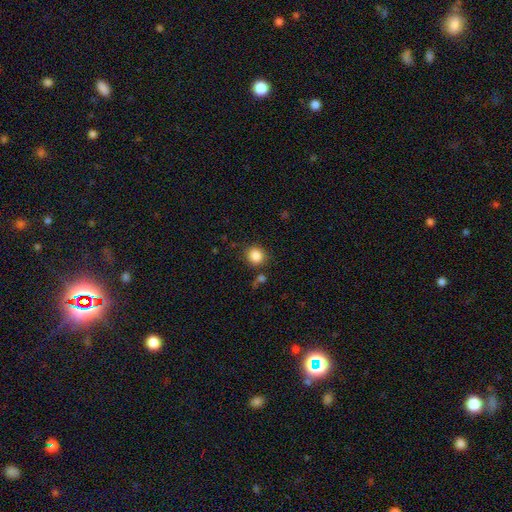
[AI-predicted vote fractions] smooth_or_featured: smooth (p=0.86) [alt: star or artifact p=0.10]
how_rounded: round (p=0.86) [alt: in between p=0.13]
merging: none (p=0.81) [alt: minor disturbance p=0.10]